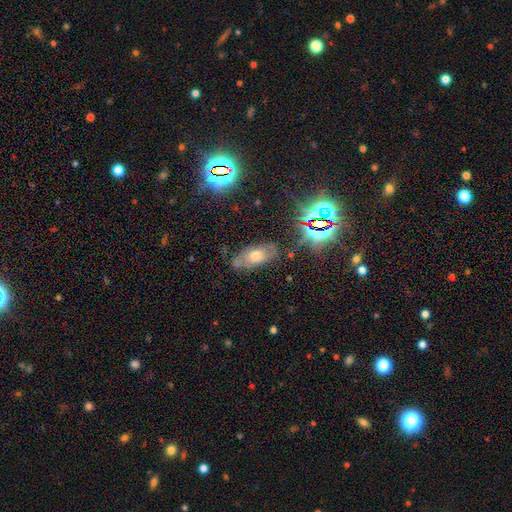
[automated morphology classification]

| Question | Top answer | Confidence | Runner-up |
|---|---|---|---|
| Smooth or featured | smooth | 40% | featured or disk (33%) |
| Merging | none | 73% | minor disturbance (18%) |